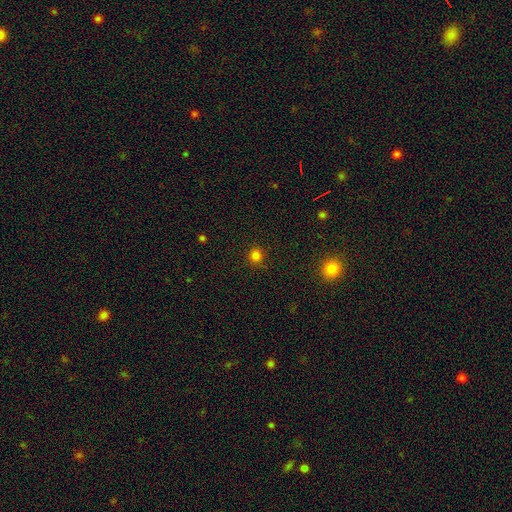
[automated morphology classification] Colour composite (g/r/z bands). It shows a smooth galaxy with no disk features (80%) that is round (89%). Merging: none (86%).